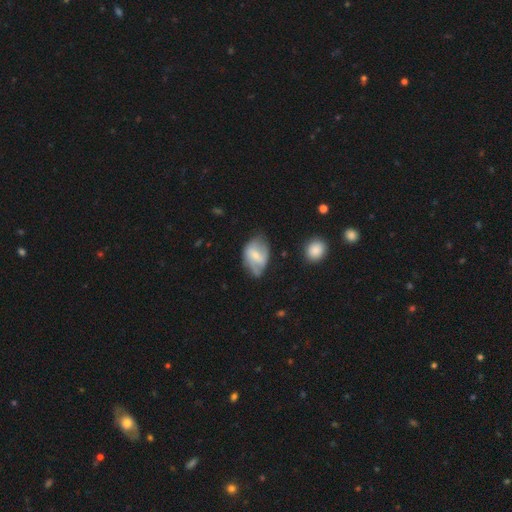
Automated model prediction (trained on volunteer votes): Smooth or featured?
  - featured or disk: 54% *
  - smooth: 40%
  - star or artifact: 7%
Edge-on disk?
  - no: 94% *
  - yes: 6%
Bar?
  - weak: 47% *
  - no: 27%
  - strong: 26%
Spiral arms?
  - yes: 71% *
  - no: 29%
Bulge size?
  - small: 58% *
  - moderate: 34%
  - none: 5%
  - large: 2%
  - dominant: 1%
Merging?
  - none: 48% *
  - minor disturbance: 35%
  - major disturbance: 15%
  - merger: 3%